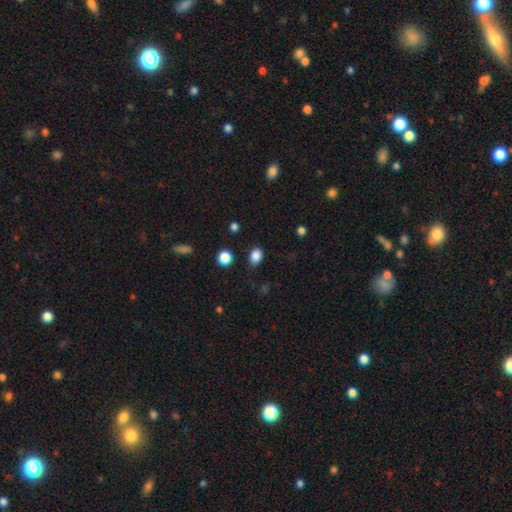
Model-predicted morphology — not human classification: Smooth or featured: smooth — 86% (star or artifact — 10%)
How rounded: in between — 66% (round — 33%)
Merging: none — 78% (minor disturbance — 16%)